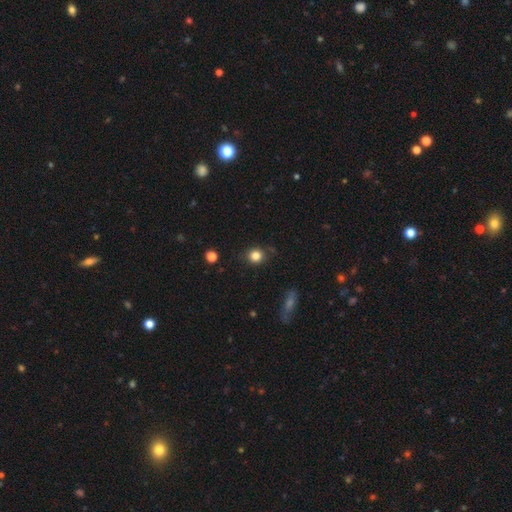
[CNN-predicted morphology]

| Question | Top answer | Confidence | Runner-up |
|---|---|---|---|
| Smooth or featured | smooth | 83% | star or artifact (12%) |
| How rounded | round | 85% | in between (14%) |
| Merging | none | 82% | minor disturbance (13%) |